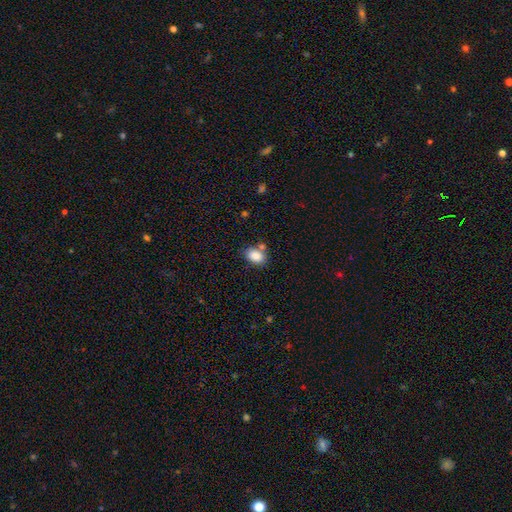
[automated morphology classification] type=smooth (86%); roundness=in between (79%); merging=none (64%).